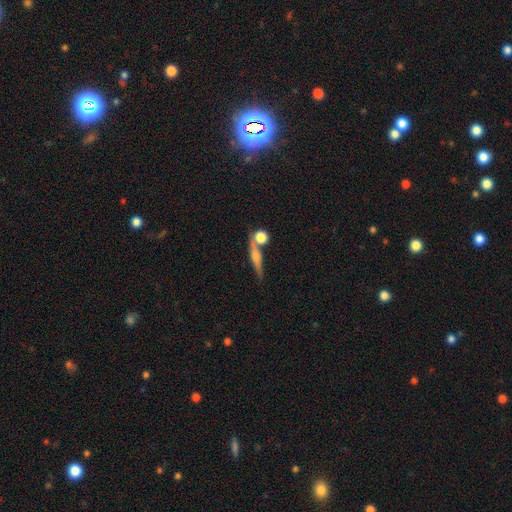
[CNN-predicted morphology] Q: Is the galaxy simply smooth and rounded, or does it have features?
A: featured or disk — 48%.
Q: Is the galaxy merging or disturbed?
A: none — 61%.